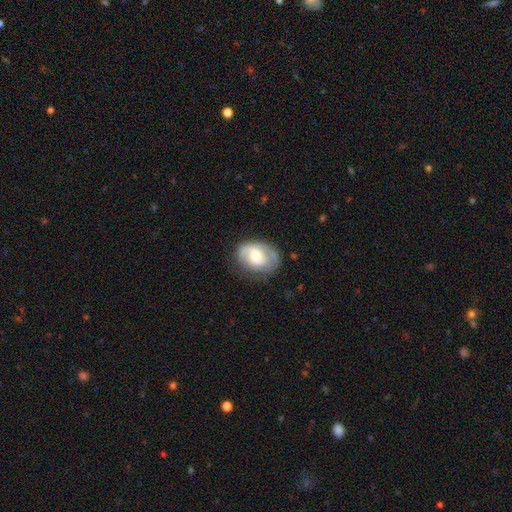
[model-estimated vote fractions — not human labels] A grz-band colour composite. It shows a featured or disk galaxy (50%). Merging: none (66%).